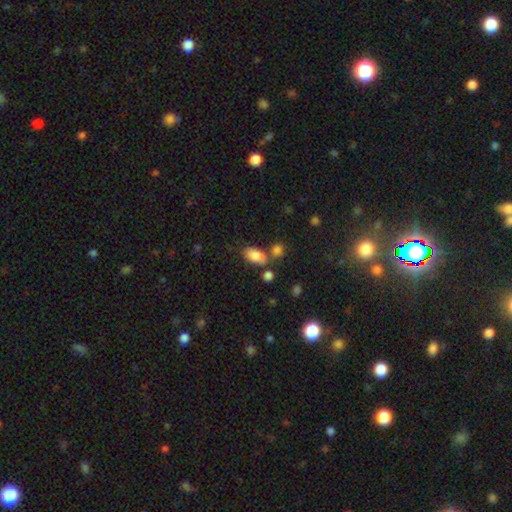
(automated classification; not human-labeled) A smooth galaxy with no disk features (85%) that is in between round and cigar-shaped (92%).

Vote fractions:
- Smooth or featured? smooth: 85% / star or artifact: 8% / featured or disk: 7%
- How rounded? in between: 92% / round: 5% / cigar-shaped: 3%
- Merging? none: 61% / merger: 18% / minor disturbance: 16% / major disturbance: 5%